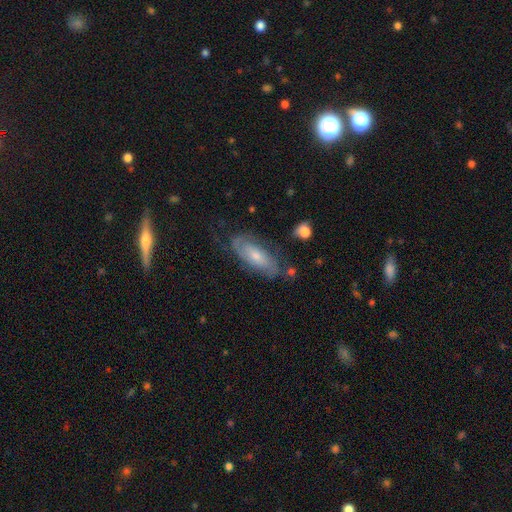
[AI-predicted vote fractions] Smooth or featured?
  - featured or disk: 68% *
  - smooth: 24%
  - star or artifact: 8%
Edge-on disk?
  - no: 83% *
  - yes: 17%
Bar?
  - no: 66% *
  - weak: 27%
  - strong: 7%
Spiral arms?
  - yes: 86% *
  - no: 14%
Bulge size?
  - small: 52% *
  - moderate: 40%
  - large: 4%
  - none: 3%
  - dominant: 1%
Merging?
  - none: 66% *
  - minor disturbance: 21%
  - major disturbance: 10%
  - merger: 3%